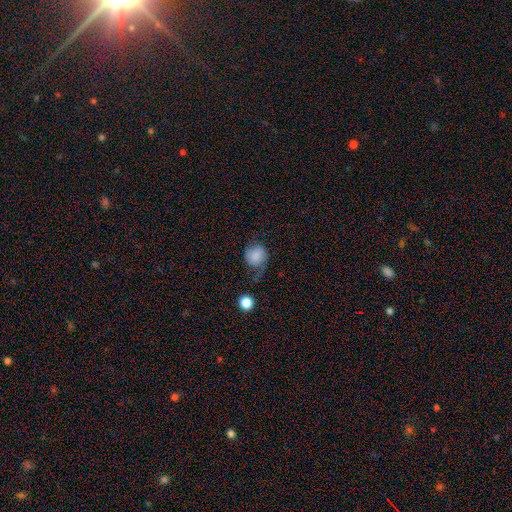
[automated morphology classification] smooth_or_featured: smooth (p=0.69) [alt: featured or disk p=0.22]
how_rounded: round (p=0.78) [alt: in between p=0.21]
merging: none (p=0.47) [alt: minor disturbance p=0.30]